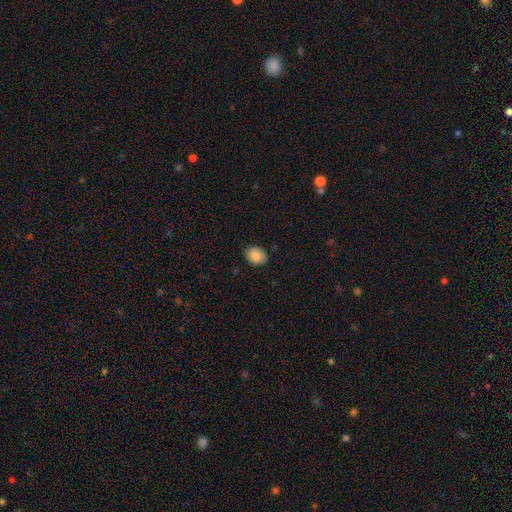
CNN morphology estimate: Smooth or featured? Predicted: smooth (p=0.84). How rounded? Predicted: in between (p=0.58). Merging? Predicted: none (p=0.83).